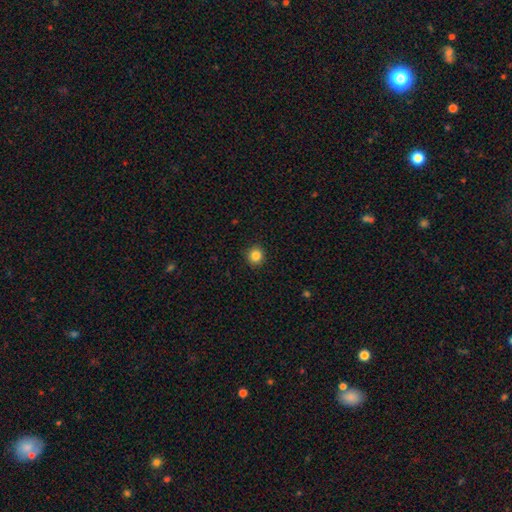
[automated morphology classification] The model was most divided on "smooth or featured": smooth: 84%, star or artifact: 11%, featured or disk: 4%. More confident: merging — none (92%); how rounded — round (92%).